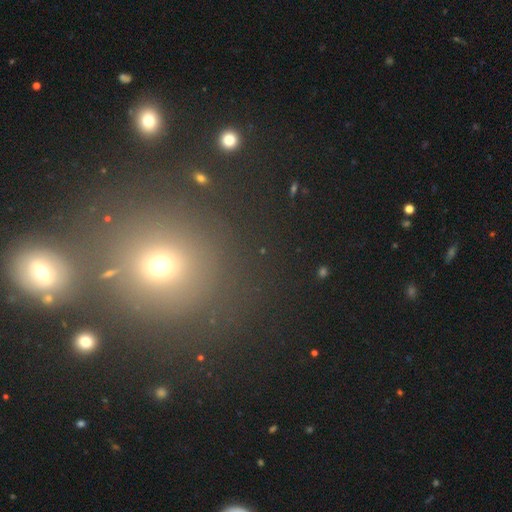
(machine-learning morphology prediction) This appears to be a smooth galaxy with no disk features (49%). Merging: none (77%).